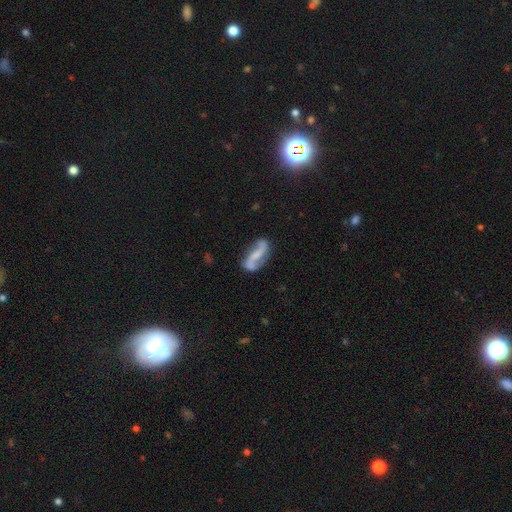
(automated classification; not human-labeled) Morphology: type=featured or disk (82%); edge-on=no (95%); bar=strong (39%); spiral arms=yes (93%); winding=loose (68%); arm count=2 (92%); bulge=none (39%); merging=none (70%).